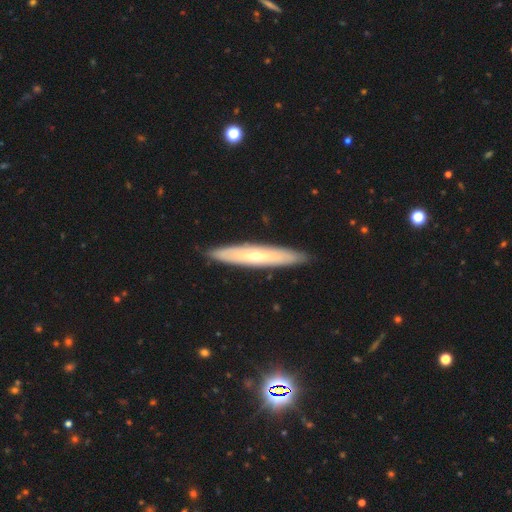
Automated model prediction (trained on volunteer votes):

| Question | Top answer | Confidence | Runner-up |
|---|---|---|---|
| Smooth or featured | featured or disk | 56% | smooth (38%) |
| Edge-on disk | yes | 74% | no (26%) |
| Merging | none | 90% | minor disturbance (8%) |